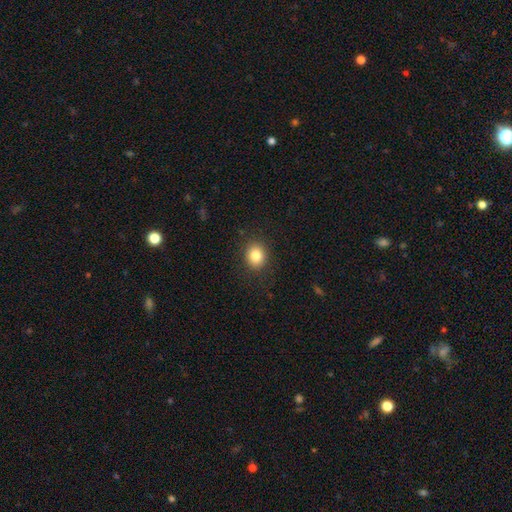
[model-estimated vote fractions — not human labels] This is clearly a smooth galaxy (83%). How rounded: likely round (65%). Merging: clearly none (88%).